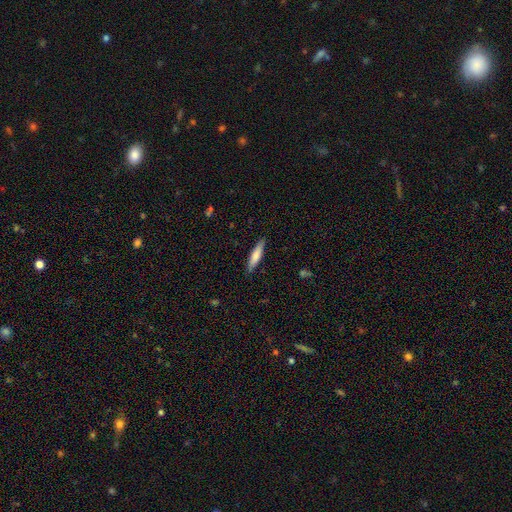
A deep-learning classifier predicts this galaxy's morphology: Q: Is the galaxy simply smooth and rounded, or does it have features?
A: smooth — 71%.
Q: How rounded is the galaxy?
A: cigar-shaped — 82%.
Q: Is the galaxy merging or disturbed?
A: none — 88%.